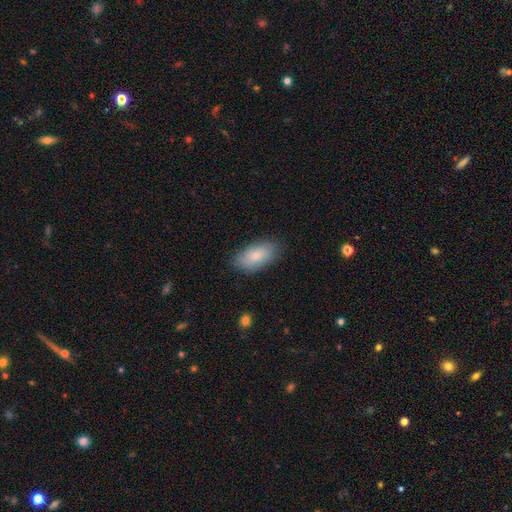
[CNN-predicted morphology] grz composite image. It shows a smooth galaxy with no disk features (81%) that is in between round and cigar-shaped (93%). Merging: none (84%).